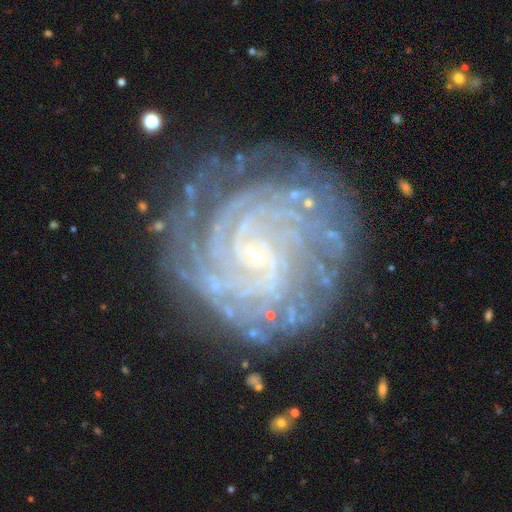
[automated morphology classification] smooth_or_featured: featured or disk (p=0.90) [alt: star or artifact p=0.06]
disk_edge_on: no (p=0.98) [alt: yes p=0.02]
bar: no (p=0.50) [alt: weak p=0.37]
has_spiral_arms: yes (p=0.98) [alt: no p=0.02]
spiral_winding: tight (p=0.79) [alt: medium p=0.18]
spiral_arm_count: can't tell (p=0.23) [alt: 4 p=0.21]
bulge_size: small (p=0.86) [alt: moderate p=0.06]
merging: none (p=0.76) [alt: minor disturbance p=0.16]